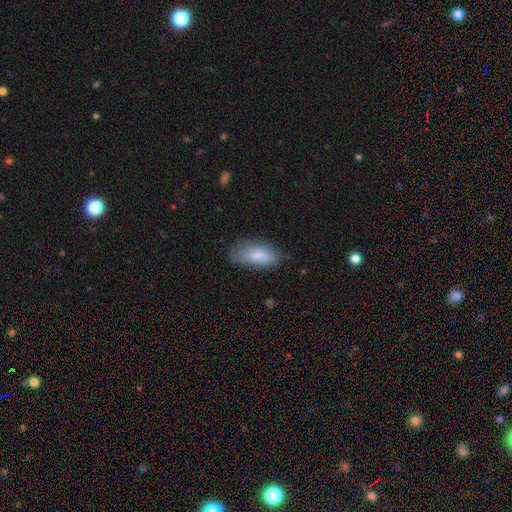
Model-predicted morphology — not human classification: smooth-or-featured: smooth: 80% | featured or disk: 13% | star or artifact: 7%
  how-rounded: in between: 82% | cigar-shaped: 16% | round: 2%
  merging: none: 72% | minor disturbance: 22% | major disturbance: 4% | merger: 1%